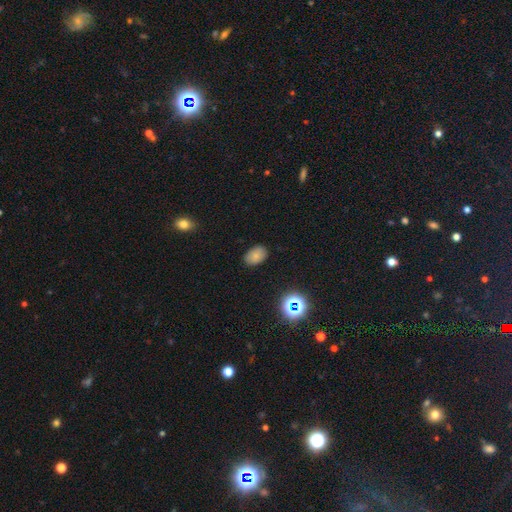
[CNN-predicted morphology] smooth 79%, star or artifact 15%, featured or disk 7%. Down the decision tree: how rounded — in between (85%); merging — none (84%).